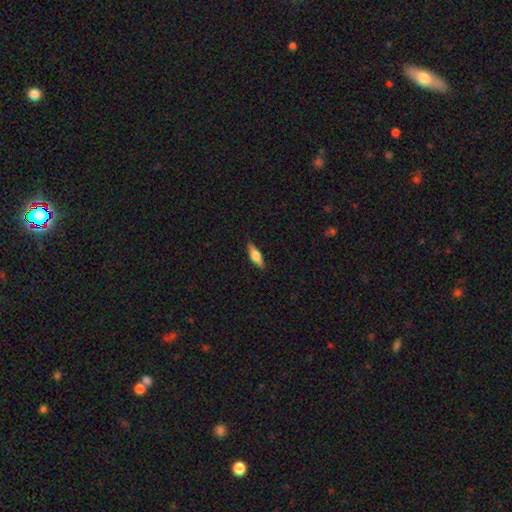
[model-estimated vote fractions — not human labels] This appears to be a smooth galaxy with no disk features (60%) that is in between round and cigar-shaped (49%). Merging: none (88%).